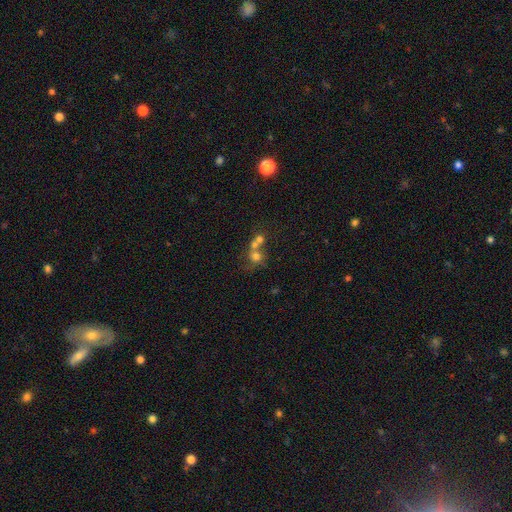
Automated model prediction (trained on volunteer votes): A smooth galaxy with no disk features (59%) that is round (79%). Merging: merger (55%).